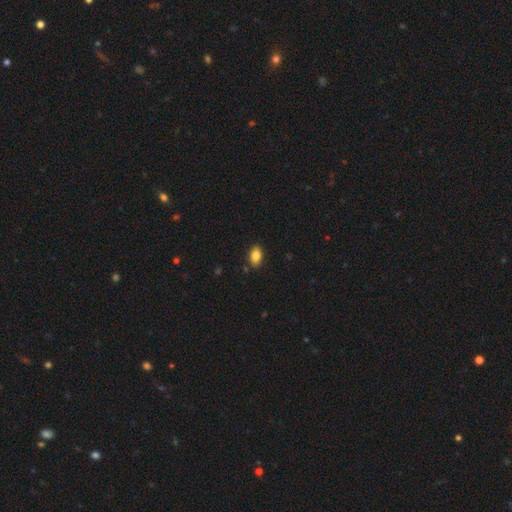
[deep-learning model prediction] smooth_or_featured: smooth (p=0.85) [alt: star or artifact p=0.08]
how_rounded: in between (p=0.89) [alt: round p=0.09]
merging: none (p=0.86) [alt: minor disturbance p=0.10]